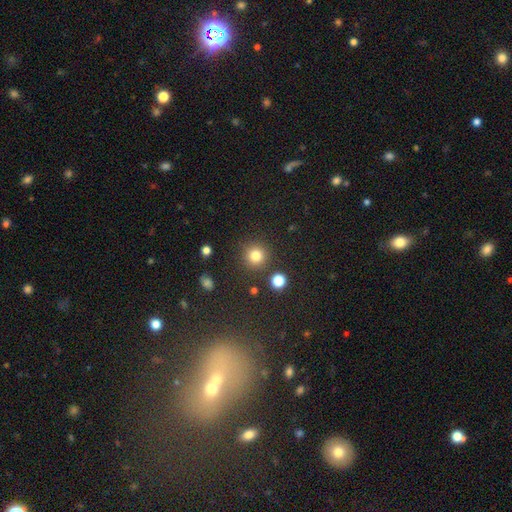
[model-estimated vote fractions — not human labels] Smooth or featured? smooth (80%)
How rounded? round (94%)
Merging? none (87%)